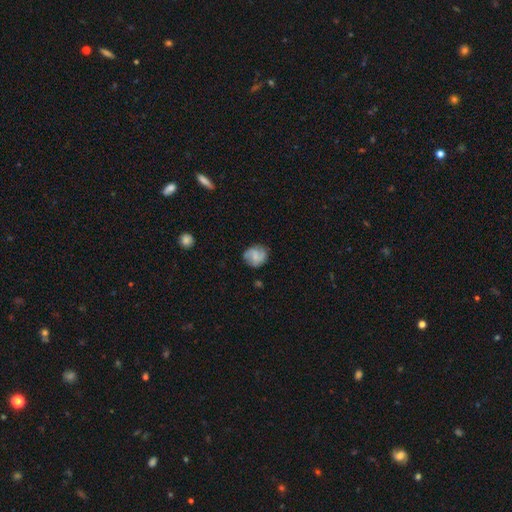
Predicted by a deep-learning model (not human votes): smooth-or-featured: featured or disk: 47% | smooth: 45% | star or artifact: 8%
  merging: none: 75% | minor disturbance: 18% | major disturbance: 5% | merger: 2%